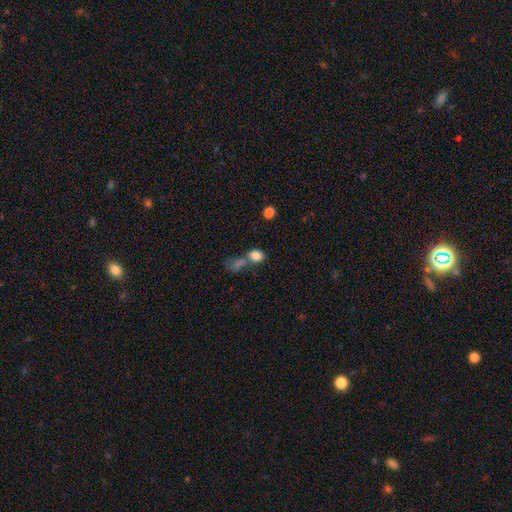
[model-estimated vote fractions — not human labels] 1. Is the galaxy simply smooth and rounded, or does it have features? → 81% smooth, 11% star or artifact, 8% featured or disk.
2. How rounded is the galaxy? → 51% in between, 47% round, 2% cigar-shaped.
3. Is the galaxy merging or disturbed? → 42% none, 37% merger, 12% minor disturbance, 9% major disturbance.